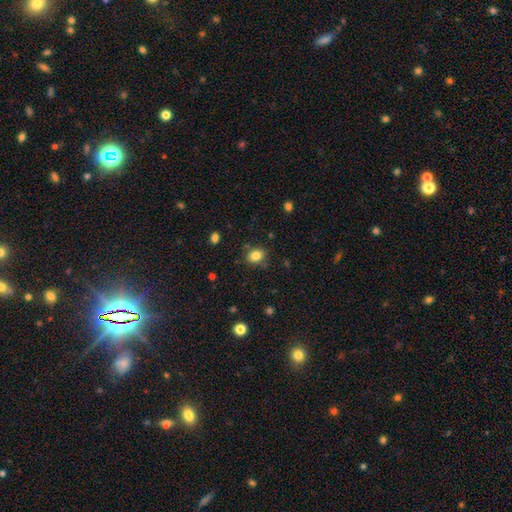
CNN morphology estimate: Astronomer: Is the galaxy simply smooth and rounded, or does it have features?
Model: smooth — 83%.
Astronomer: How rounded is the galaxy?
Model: in between — 53% (runner-up: round, 46%).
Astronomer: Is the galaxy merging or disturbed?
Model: none — 81%.